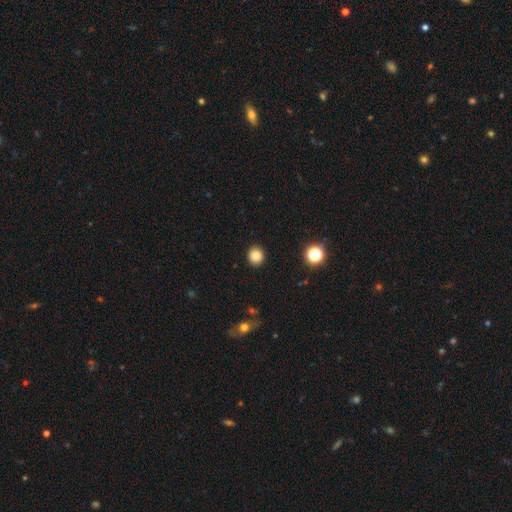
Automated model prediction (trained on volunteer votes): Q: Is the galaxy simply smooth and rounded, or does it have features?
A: smooth — 85%.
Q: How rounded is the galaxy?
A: round — 82%.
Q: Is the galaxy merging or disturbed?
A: none — 91%.